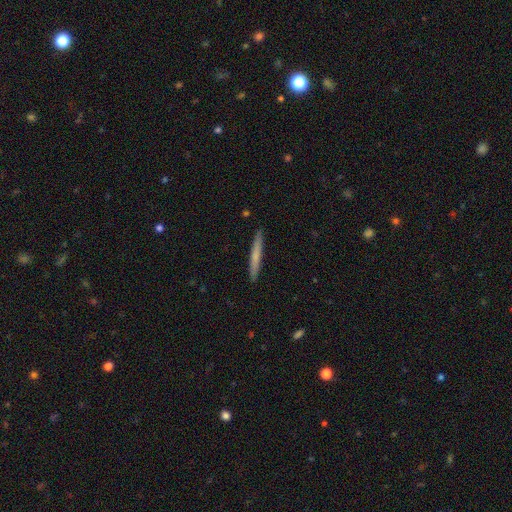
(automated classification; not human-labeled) Smooth or featured? smooth (62%)
How rounded? cigar-shaped (96%)
Merging? none (92%)